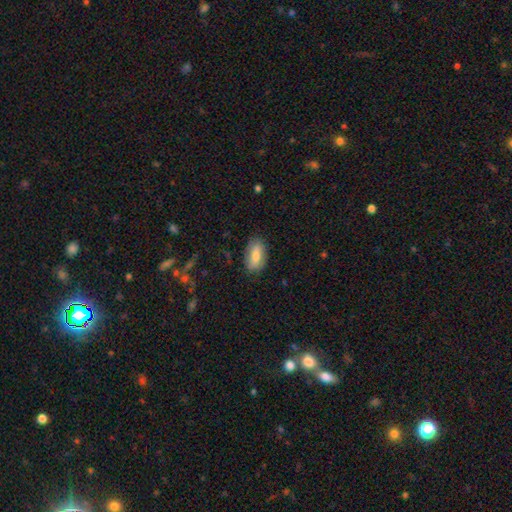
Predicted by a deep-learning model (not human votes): This appears to be a smooth galaxy with no disk features (78%) that is in between round and cigar-shaped (88%). Merging: none (82%).